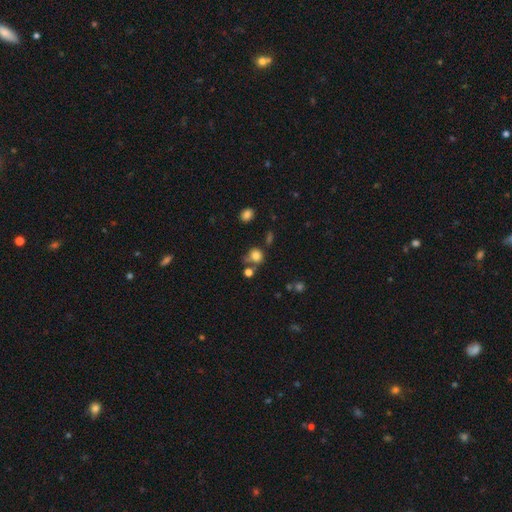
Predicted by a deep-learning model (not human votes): Smooth or featured? smooth (80%)
How rounded? round (76%)
Merging? none (53%)